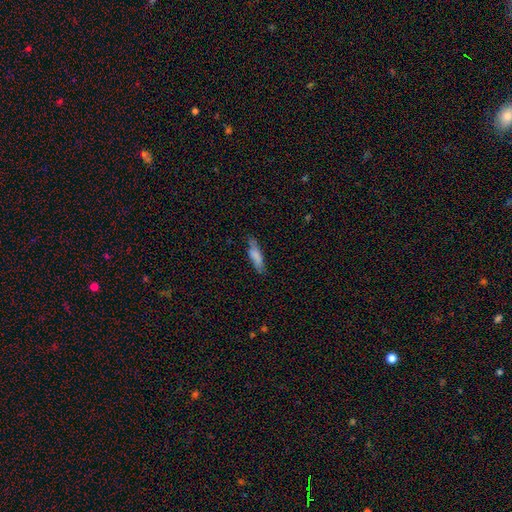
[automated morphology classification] A smooth galaxy with no disk features (80%) that is cigar-shaped (60%).

Vote fractions:
- Smooth or featured? smooth: 80% / featured or disk: 14% / star or artifact: 6%
- How rounded? cigar-shaped: 60% / in between: 38% / round: 2%
- Merging? none: 74% / minor disturbance: 20% / major disturbance: 4% / merger: 2%